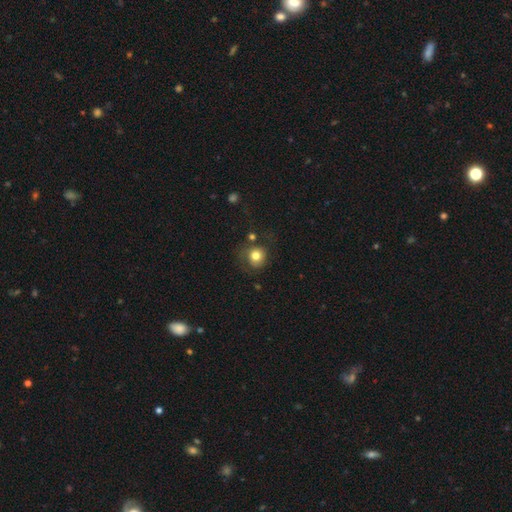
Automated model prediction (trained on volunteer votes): Q: Smooth or featured?
A: smooth (79%); runner-up: featured or disk (11%)
Q: How rounded?
A: round (86%); runner-up: in between (13%)
Q: Merging?
A: none (65%); runner-up: minor disturbance (18%)